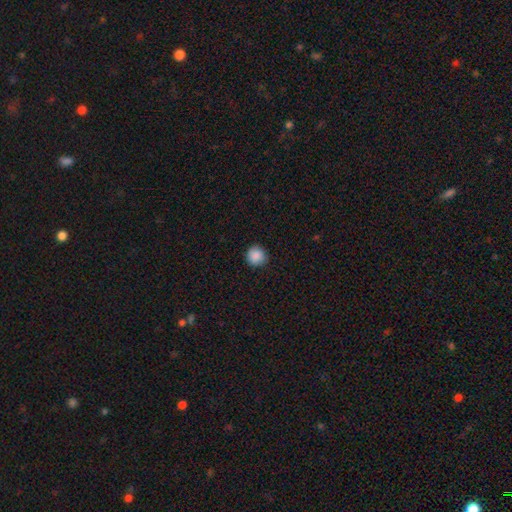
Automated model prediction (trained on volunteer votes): Smooth or featured?
  - smooth: 88% *
  - star or artifact: 9%
  - featured or disk: 3%
How rounded?
  - round: 93% *
  - in between: 6%
  - cigar-shaped: 1%
Merging?
  - none: 89% *
  - minor disturbance: 8%
  - major disturbance: 2%
  - merger: 1%